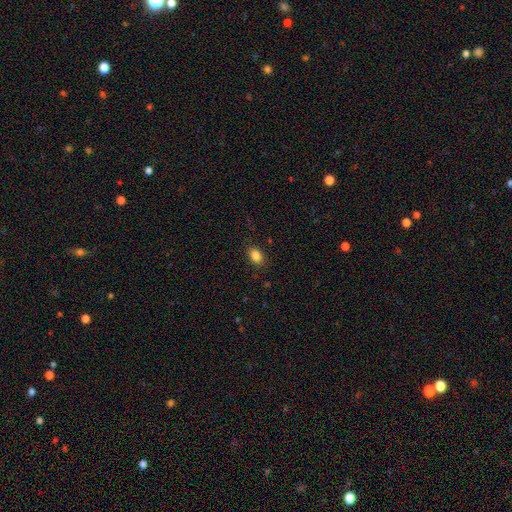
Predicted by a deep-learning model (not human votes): Smooth or featured?
  - smooth: 86% *
  - star or artifact: 10%
  - featured or disk: 5%
How rounded?
  - in between: 81% *
  - round: 17%
  - cigar-shaped: 1%
Merging?
  - none: 86% *
  - minor disturbance: 10%
  - major disturbance: 3%
  - merger: 1%